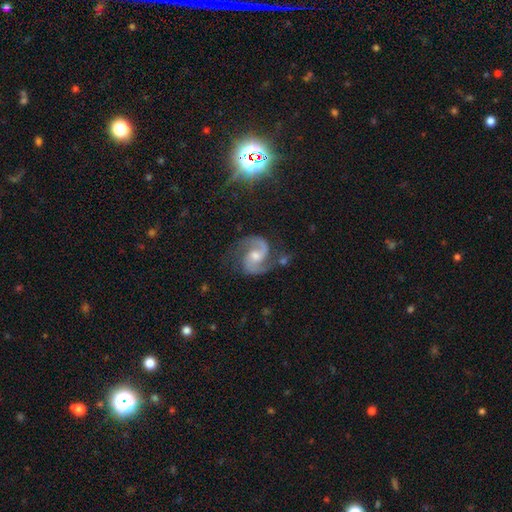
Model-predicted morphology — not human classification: featured or disk 90%, star or artifact 7%, smooth 4%. Down the decision tree: edge-on disk — no (98%); bar — no (53%); spiral arms — yes (98%); spiral arm count — 2 (93%); spiral winding — medium (62%); bulge size — moderate (60%); merging — none (76%).